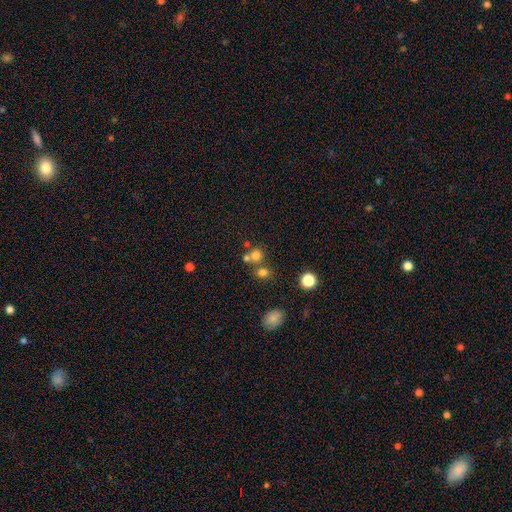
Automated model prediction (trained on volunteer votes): Smooth or featured: smooth — 72% (star or artifact — 18%)
How rounded: round — 85% (in between — 13%)
Merging: none — 56% (merger — 34%)